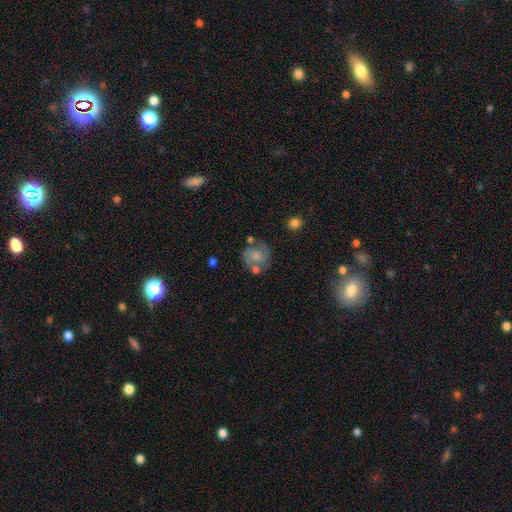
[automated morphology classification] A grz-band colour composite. It shows a featured or disk galaxy (55%) with no bar (70%), spiral arms (84%) and a small central bulge (40%). Merging: none (56%).